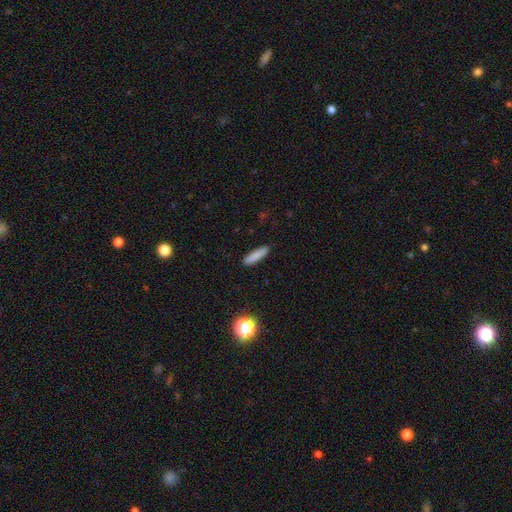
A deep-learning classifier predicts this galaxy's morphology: smooth_or_featured: smooth (p=0.85) [alt: star or artifact p=0.08]
how_rounded: cigar-shaped (p=0.78) [alt: in between p=0.20]
merging: none (p=0.90) [alt: minor disturbance p=0.07]